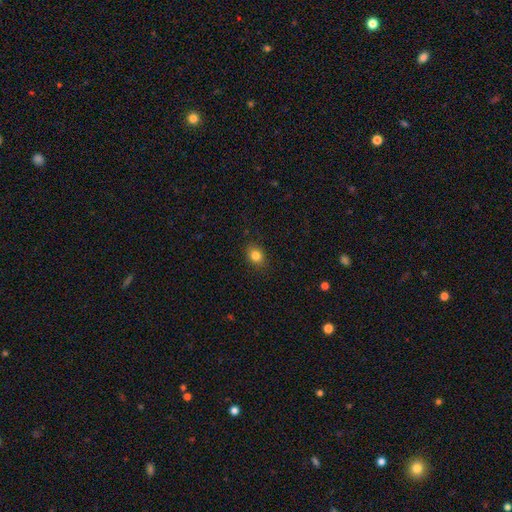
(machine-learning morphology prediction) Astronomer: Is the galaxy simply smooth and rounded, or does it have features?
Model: smooth — 83%.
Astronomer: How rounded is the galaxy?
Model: round — 54% (runner-up: in between, 45%).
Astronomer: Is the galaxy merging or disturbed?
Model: none — 88%.